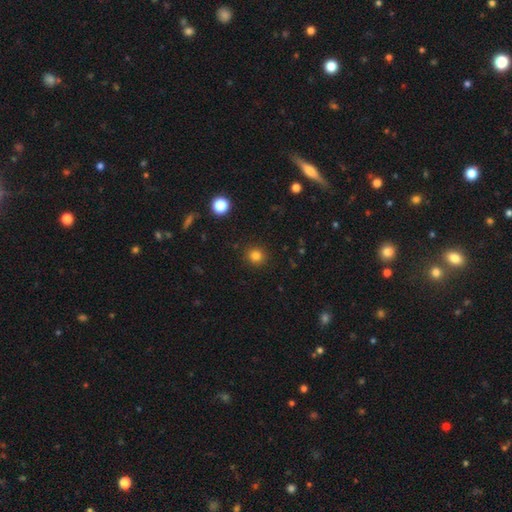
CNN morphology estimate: Smooth or featured? smooth (81%)
How rounded? round (91%)
Merging? none (91%)